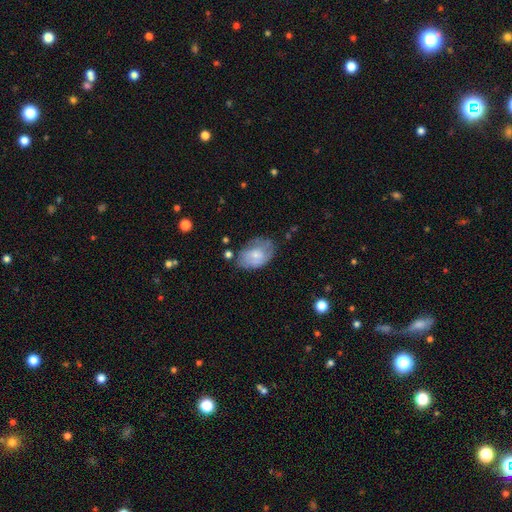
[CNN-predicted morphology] Smooth or featured?
  - smooth: 59% *
  - featured or disk: 34%
  - star or artifact: 7%
How rounded?
  - in between: 84% *
  - round: 14%
  - cigar-shaped: 1%
Merging?
  - none: 52% *
  - minor disturbance: 31%
  - major disturbance: 13%
  - merger: 4%